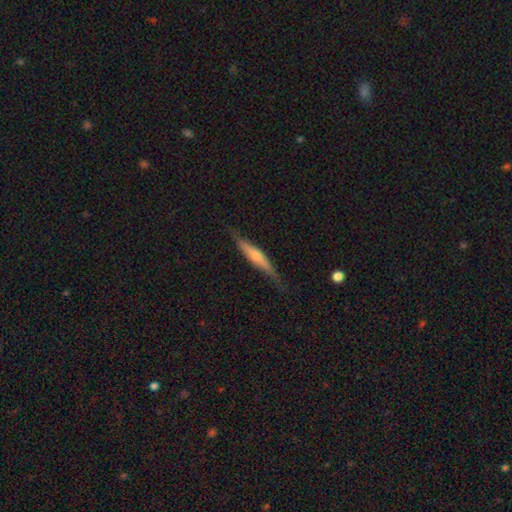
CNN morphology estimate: Smooth or featured?
  - featured or disk: 54% *
  - smooth: 40%
  - star or artifact: 6%
Edge-on disk?
  - yes: 93% *
  - no: 7%
Edge-on bulge?
  - rounded: 70% *
  - none: 20%
  - boxy: 10%
Merging?
  - none: 76% *
  - minor disturbance: 19%
  - major disturbance: 4%
  - merger: 1%